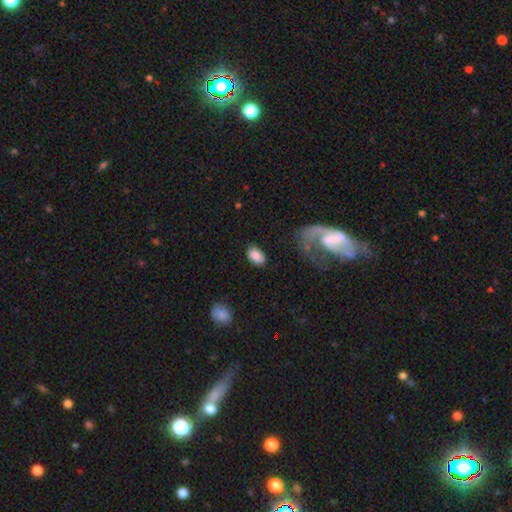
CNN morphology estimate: This appears to be a smooth galaxy with no disk features (84%) that is in between round and cigar-shaped (89%). Merging: none (79%).